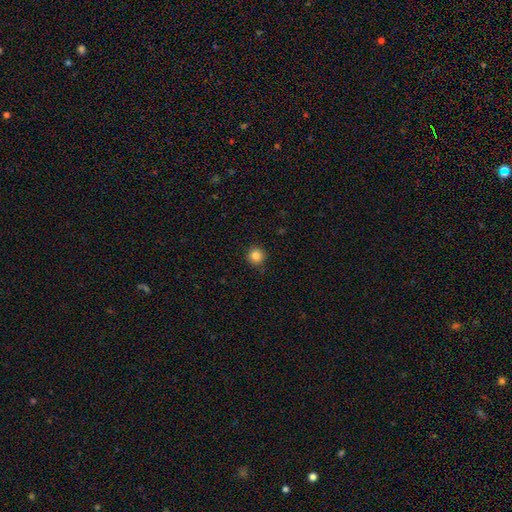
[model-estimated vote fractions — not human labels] Q: Smooth or featured?
A: smooth (84%); runner-up: star or artifact (11%)
Q: How rounded?
A: round (95%); runner-up: in between (4%)
Q: Merging?
A: none (90%); runner-up: minor disturbance (7%)